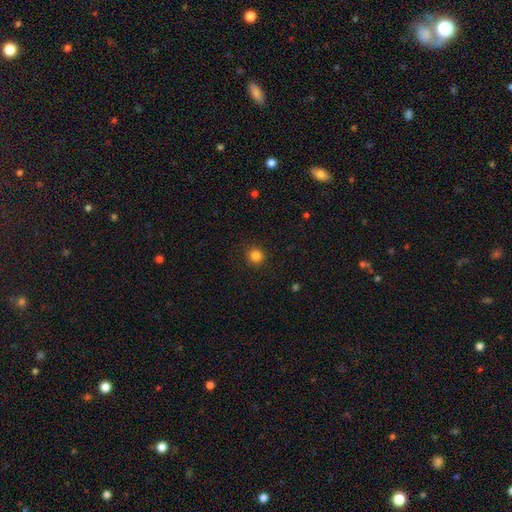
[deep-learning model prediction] A smooth galaxy with no disk features (84%) that is round (94%). Merging: none (91%).